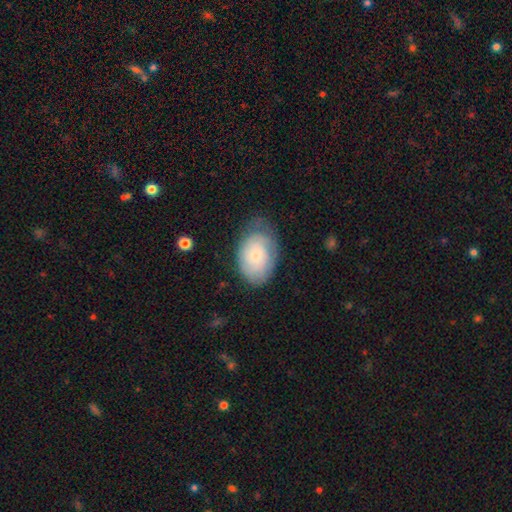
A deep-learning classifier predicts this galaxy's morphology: Smooth or featured? Predicted: smooth (p=0.51). How rounded? Predicted: in between (p=0.81). Merging? Predicted: none (p=0.62).